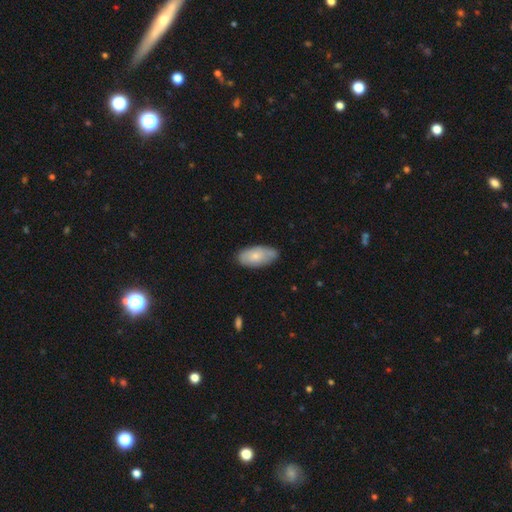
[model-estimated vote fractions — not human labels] The model was most divided on "merging": none: 72%, minor disturbance: 23%, major disturbance: 3%, merger: 2%. More confident: how rounded — in between (92%); smooth or featured — smooth (72%).